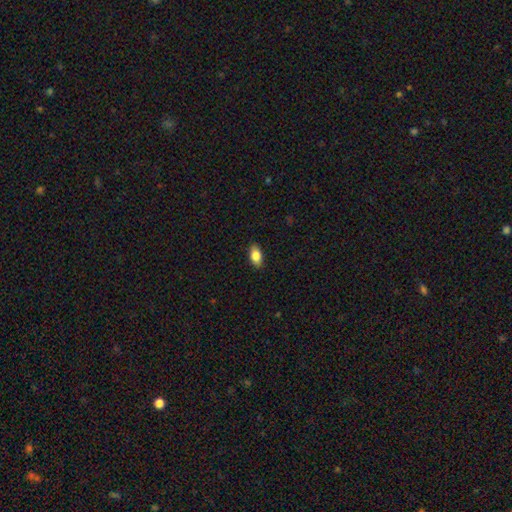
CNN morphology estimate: A smooth galaxy with no disk features (83%) that is in between round and cigar-shaped (90%). Merging: none (88%).